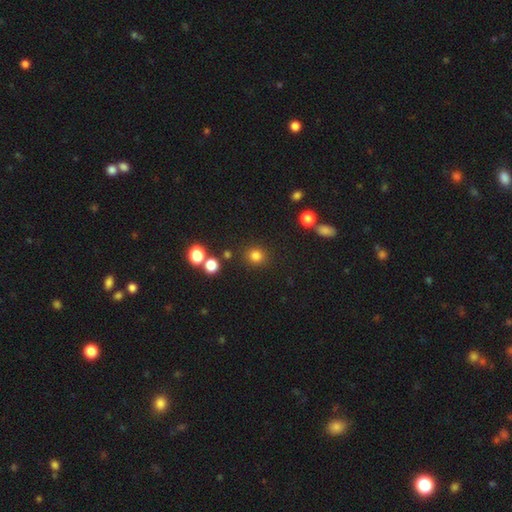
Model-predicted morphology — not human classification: A smooth galaxy with no disk features (80%) that is round (87%).

Vote fractions:
- Smooth or featured? smooth: 80% / star or artifact: 15% / featured or disk: 5%
- How rounded? round: 87% / in between: 12% / cigar-shaped: 1%
- Merging? none: 86% / minor disturbance: 7% / merger: 4% / major disturbance: 3%